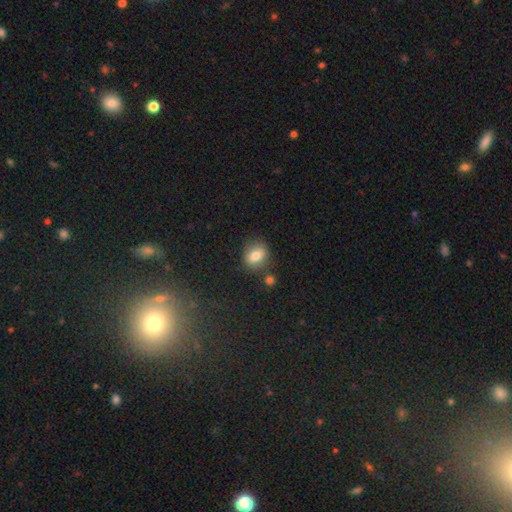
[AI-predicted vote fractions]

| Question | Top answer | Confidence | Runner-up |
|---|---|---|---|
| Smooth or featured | smooth | 79% | featured or disk (11%) |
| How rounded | in between | 50% | round (48%) |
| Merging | none | 76% | minor disturbance (13%) |